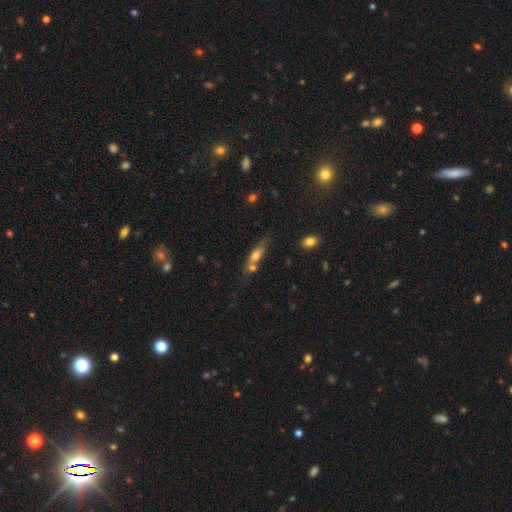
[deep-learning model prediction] Smooth or featured? smooth (60%)
How rounded? cigar-shaped (55%)
Merging? none (50%)